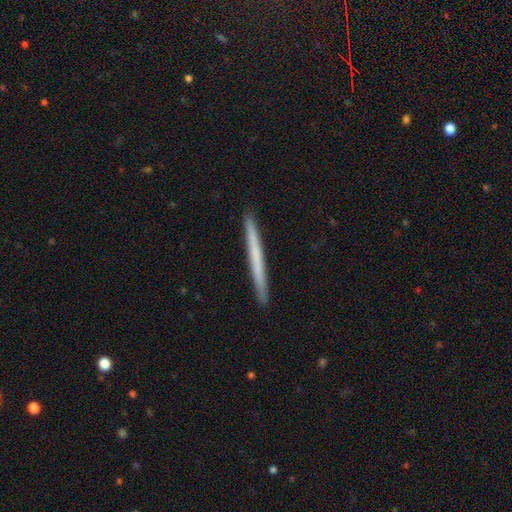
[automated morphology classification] This appears to be a smooth galaxy with no disk features (56%) that is cigar-shaped (98%). Merging: none (93%).